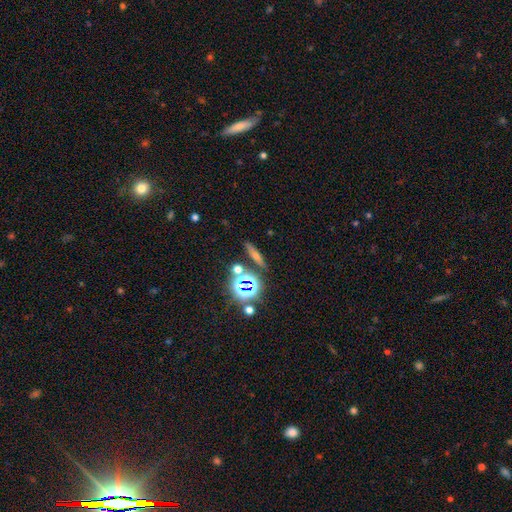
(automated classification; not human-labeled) The model was most divided on "smooth or featured": smooth: 36%, star or artifact: 34%, featured or disk: 30%. More confident: merging — none (84%).